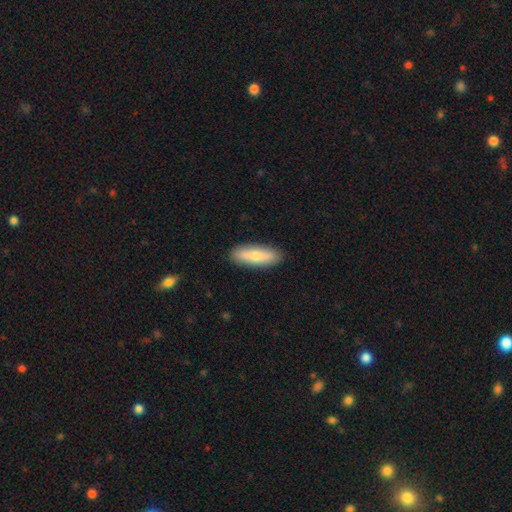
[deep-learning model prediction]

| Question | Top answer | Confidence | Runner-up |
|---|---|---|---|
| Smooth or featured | smooth | 74% | featured or disk (20%) |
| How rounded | in between | 53% | cigar-shaped (45%) |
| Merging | none | 89% | minor disturbance (8%) |